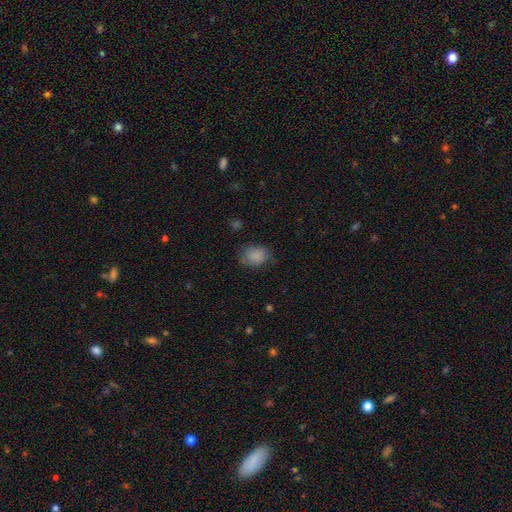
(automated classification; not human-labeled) smooth-or-featured: smooth: 85% | star or artifact: 10% | featured or disk: 6%
  how-rounded: in between: 58% | round: 41% | cigar-shaped: 1%
  merging: none: 71% | minor disturbance: 21% | major disturbance: 6% | merger: 2%